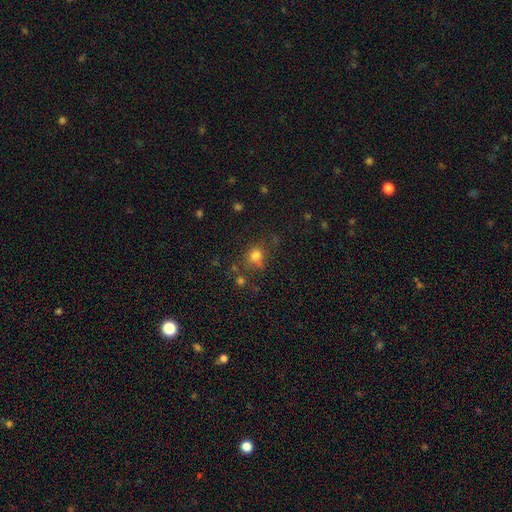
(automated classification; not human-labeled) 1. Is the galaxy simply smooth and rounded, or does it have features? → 77% smooth, 15% star or artifact, 7% featured or disk.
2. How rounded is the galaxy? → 72% round, 27% in between, 1% cigar-shaped.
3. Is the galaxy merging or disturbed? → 63% none, 18% minor disturbance, 11% merger, 8% major disturbance.